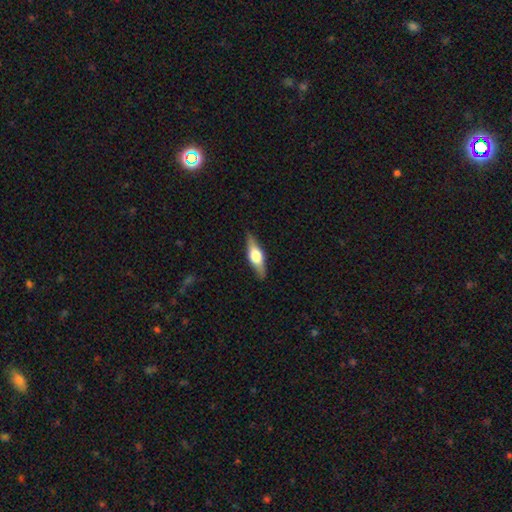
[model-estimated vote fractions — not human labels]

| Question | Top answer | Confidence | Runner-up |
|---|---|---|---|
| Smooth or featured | featured or disk | 60% | smooth (35%) |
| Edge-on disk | yes | 94% | no (6%) |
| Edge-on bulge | rounded | 92% | boxy (6%) |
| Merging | none | 87% | minor disturbance (10%) |